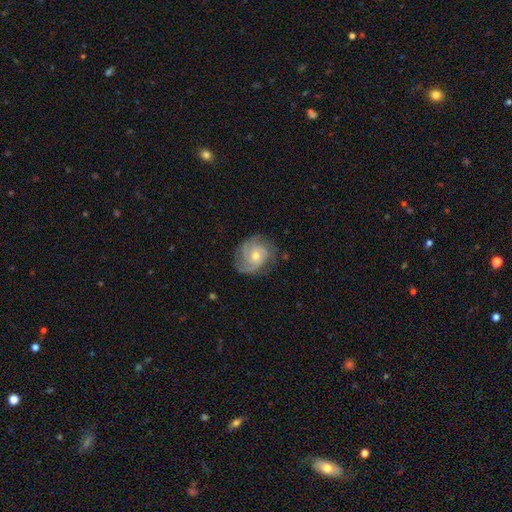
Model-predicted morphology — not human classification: Smooth or featured? Predicted: featured or disk (p=0.75). Edge-on disk? Predicted: no (p=0.98). Bar? Predicted: no (p=0.78). Spiral arms? Predicted: yes (p=0.93). Spiral winding? Predicted: tight (p=0.55). Spiral arm count? Predicted: 3 (p=0.33). Bulge size? Predicted: moderate (p=0.52). Merging? Predicted: none (p=0.72).